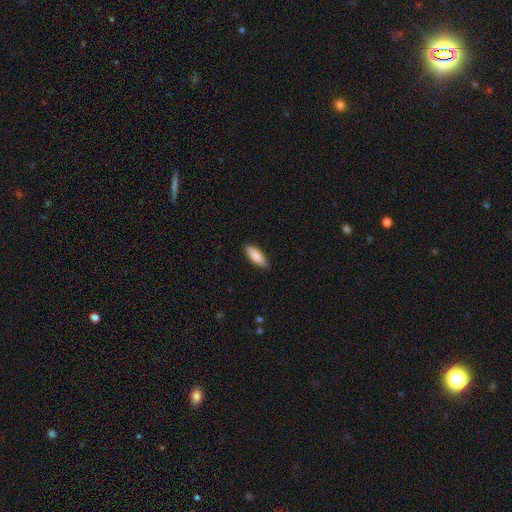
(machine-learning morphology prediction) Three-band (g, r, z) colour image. It shows a smooth galaxy with no disk features (87%) that is in between round and cigar-shaped (67%). Merging: none (88%).